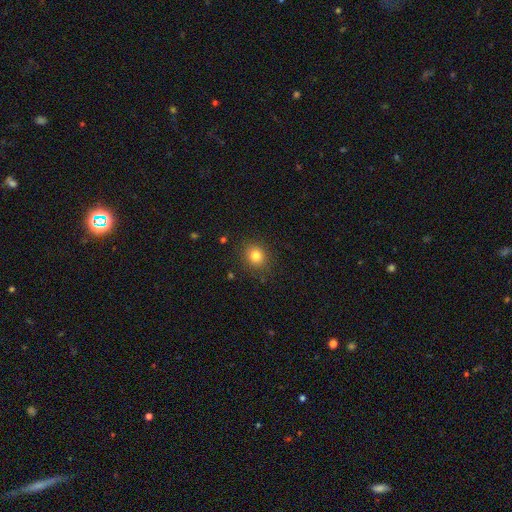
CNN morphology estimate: Overall: smooth (82%). How rounded: round (79%). Merging: none (87%).